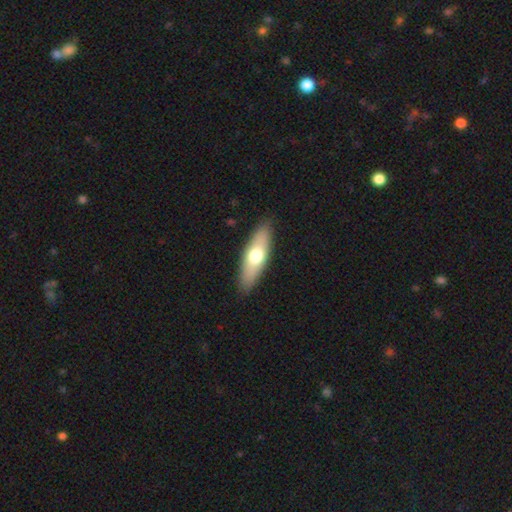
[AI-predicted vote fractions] Smooth or featured: smooth — 62% (featured or disk — 32%)
How rounded: in between — 54% (cigar-shaped — 44%)
Merging: none — 88% (minor disturbance — 9%)